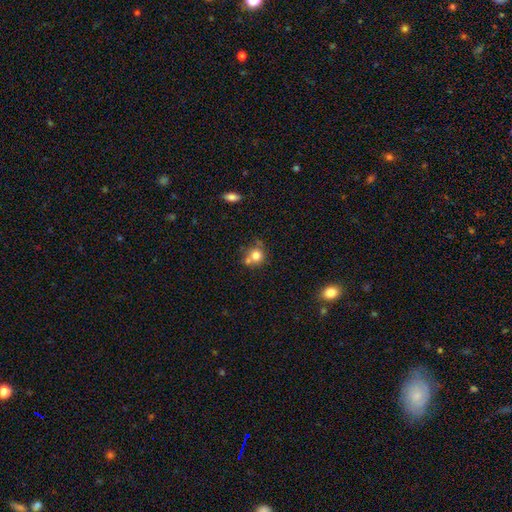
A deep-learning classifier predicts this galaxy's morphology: The model was most divided on "merging": none: 51%, merger: 30%, minor disturbance: 14%, major disturbance: 5%. More confident: how rounded — round (85%); smooth or featured — smooth (77%).